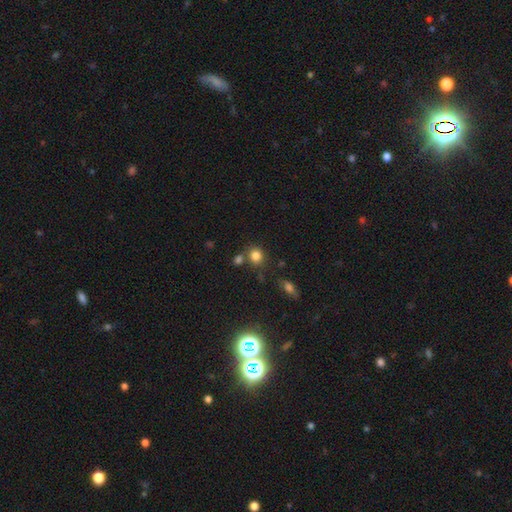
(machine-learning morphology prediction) Overall: smooth (81%). How rounded: round (78%). Merging: none (67%).